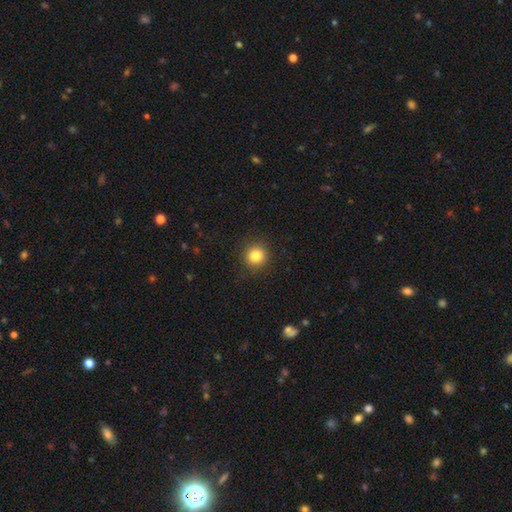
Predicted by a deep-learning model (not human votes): Smooth or featured: smooth — 83% (star or artifact — 11%)
How rounded: round — 93% (in between — 6%)
Merging: none — 90% (minor disturbance — 6%)